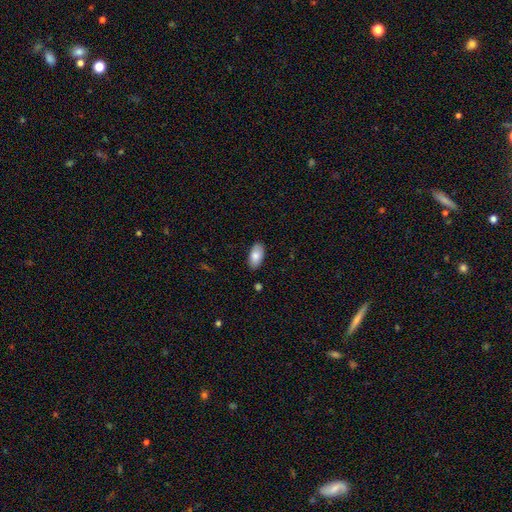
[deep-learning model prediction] Smooth or featured?
  - smooth: 82% *
  - featured or disk: 11%
  - star or artifact: 6%
How rounded?
  - in between: 94% *
  - cigar-shaped: 3%
  - round: 2%
Merging?
  - none: 87% *
  - minor disturbance: 10%
  - major disturbance: 2%
  - merger: 1%